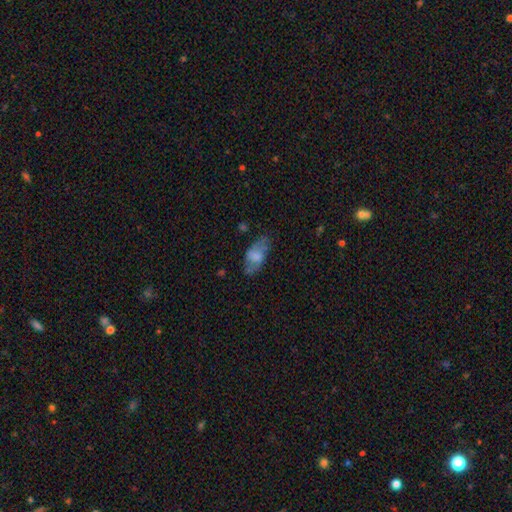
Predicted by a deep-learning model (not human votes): Q: Smooth or featured?
A: smooth (63%); runner-up: featured or disk (29%)
Q: How rounded?
A: in between (89%); runner-up: cigar-shaped (7%)
Q: Merging?
A: none (52%); runner-up: minor disturbance (28%)